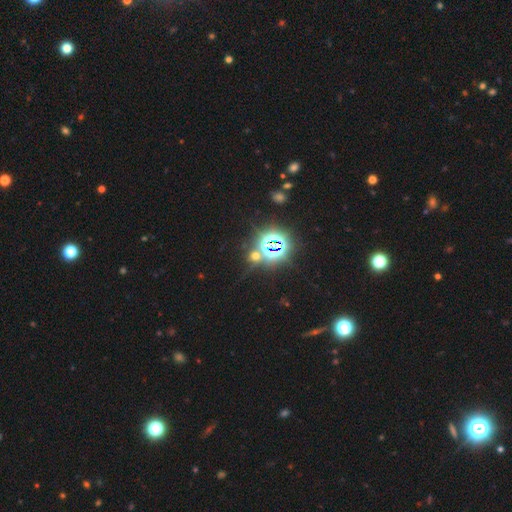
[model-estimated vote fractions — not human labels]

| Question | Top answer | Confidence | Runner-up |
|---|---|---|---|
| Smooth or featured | star or artifact | 67% | smooth (25%) |